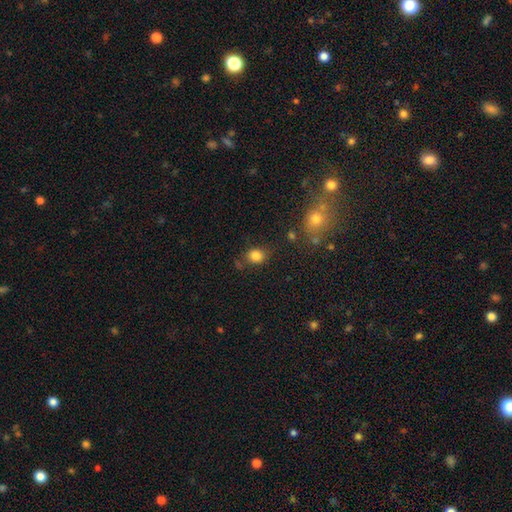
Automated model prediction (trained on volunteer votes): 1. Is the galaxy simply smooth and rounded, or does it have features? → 83% smooth, 11% star or artifact, 6% featured or disk.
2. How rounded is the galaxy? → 59% round, 40% in between, 1% cigar-shaped.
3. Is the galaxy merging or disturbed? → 73% none, 16% minor disturbance, 6% merger, 5% major disturbance.